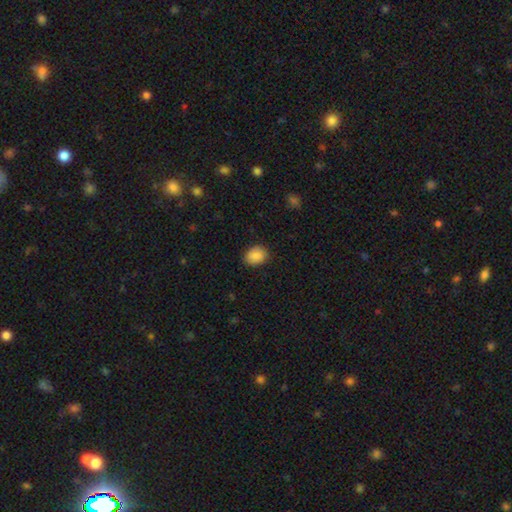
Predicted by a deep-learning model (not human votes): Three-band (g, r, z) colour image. It shows a smooth galaxy with no disk features (88%) that is in between round and cigar-shaped (57%). Merging: none (84%).